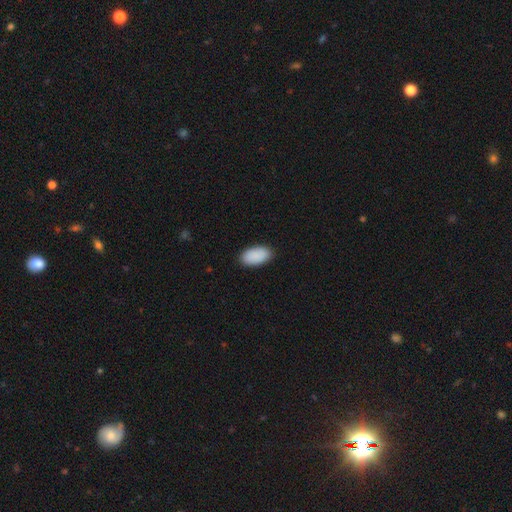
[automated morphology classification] Smooth or featured: smooth — 91% (star or artifact — 6%)
How rounded: in between — 95% (cigar-shaped — 2%)
Merging: none — 89% (minor disturbance — 9%)